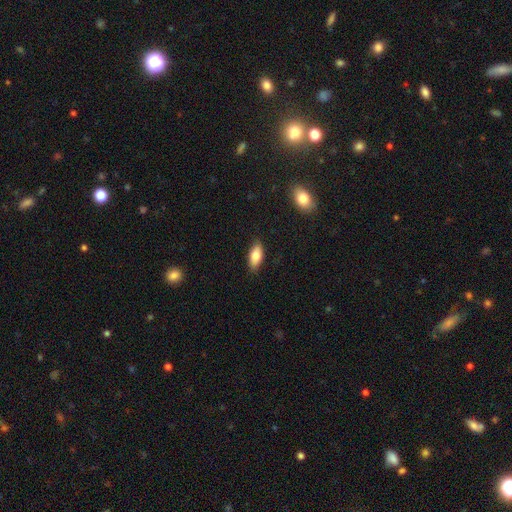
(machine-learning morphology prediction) smooth_or_featured: smooth (p=0.79) [alt: featured or disk p=0.14]
how_rounded: in between (p=0.86) [alt: cigar-shaped p=0.11]
merging: none (p=0.86) [alt: minor disturbance p=0.11]